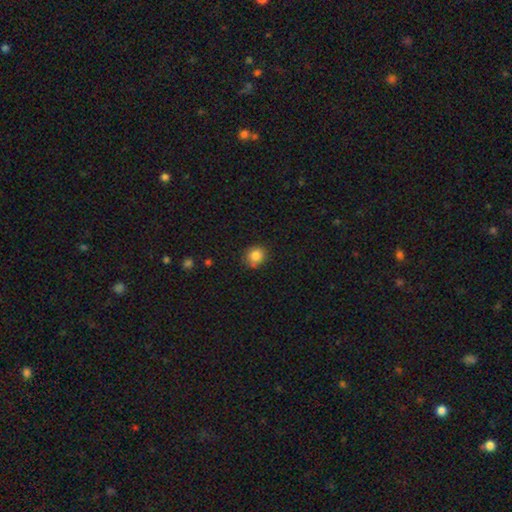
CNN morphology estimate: Q: Smooth or featured?
A: smooth (85%); runner-up: star or artifact (10%)
Q: How rounded?
A: round (76%); runner-up: in between (23%)
Q: Merging?
A: none (78%); runner-up: minor disturbance (16%)